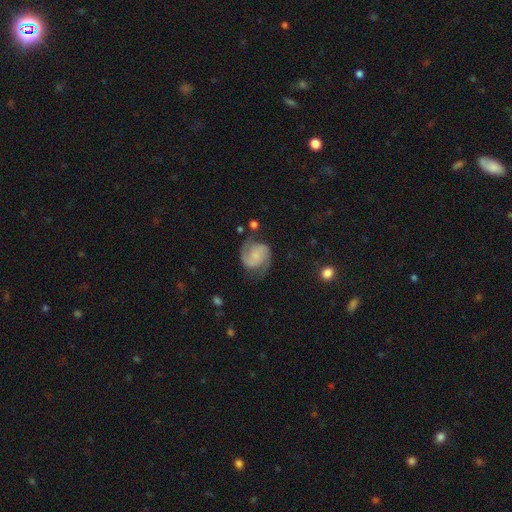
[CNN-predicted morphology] Smooth or featured?
  - featured or disk: 81% *
  - smooth: 13%
  - star or artifact: 6%
Edge-on disk?
  - no: 98% *
  - yes: 2%
Bar?
  - no: 62% *
  - weak: 30%
  - strong: 8%
Spiral arms?
  - yes: 97% *
  - no: 3%
Spiral winding?
  - medium: 51% *
  - tight: 28%
  - loose: 21%
Spiral arm count?
  - 2: 92% *
  - can't tell: 3%
  - 1: 2%
  - 3: 1%
  - 4: 1%
  - more than 4: 1%
Bulge size?
  - small: 50% *
  - none: 28%
  - moderate: 17%
  - large: 4%
  - dominant: 2%
Merging?
  - none: 72% *
  - minor disturbance: 17%
  - major disturbance: 8%
  - merger: 3%